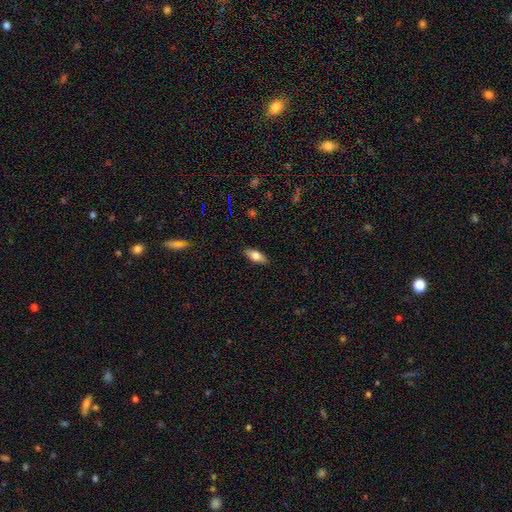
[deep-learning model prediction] This is likely a smooth galaxy (74%). How rounded: clearly in between (80%). Merging: clearly none (88%).